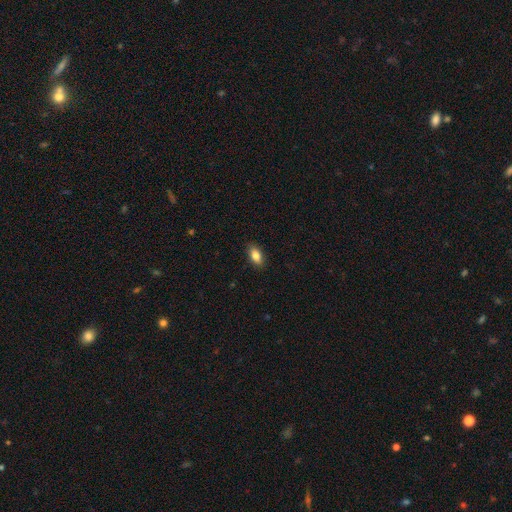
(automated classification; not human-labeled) This is clearly a smooth galaxy (84%). How rounded: clearly in between (89%). Merging: clearly none (88%).